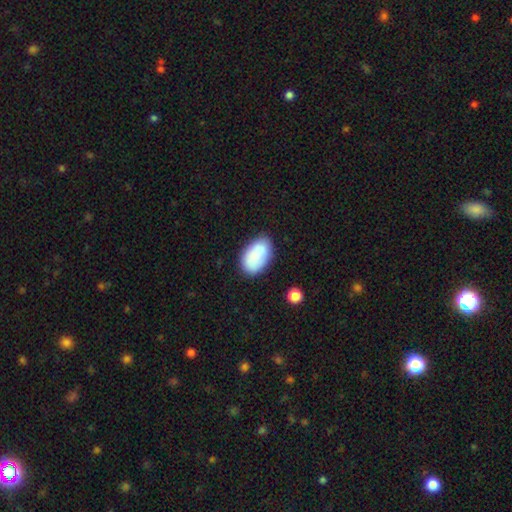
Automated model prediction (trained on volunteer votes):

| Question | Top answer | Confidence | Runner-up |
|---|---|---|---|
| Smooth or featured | smooth | 82% | featured or disk (11%) |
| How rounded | in between | 93% | round (6%) |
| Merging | none | 74% | minor disturbance (18%) |